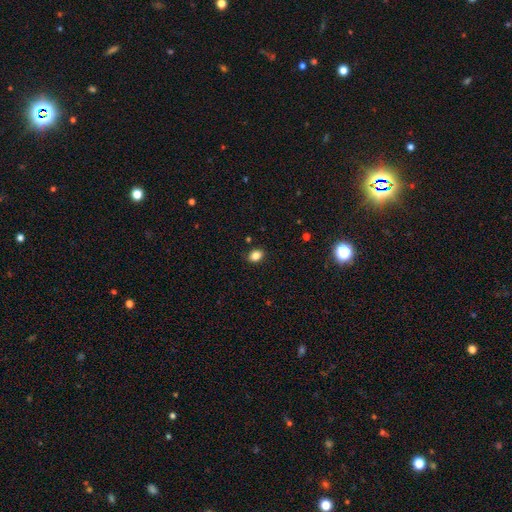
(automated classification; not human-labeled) smooth 85%, star or artifact 10%, featured or disk 5%. Down the decision tree: how rounded — in between (69%); merging — none (86%).